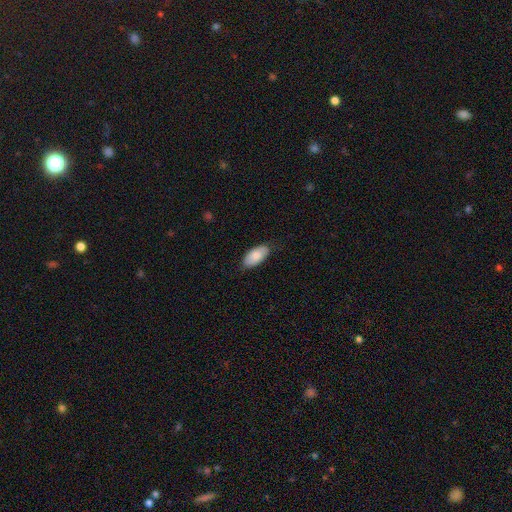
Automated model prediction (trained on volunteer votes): smooth 85%, featured or disk 9%, star or artifact 6%. Down the decision tree: how rounded — in between (94%); merging — none (81%).